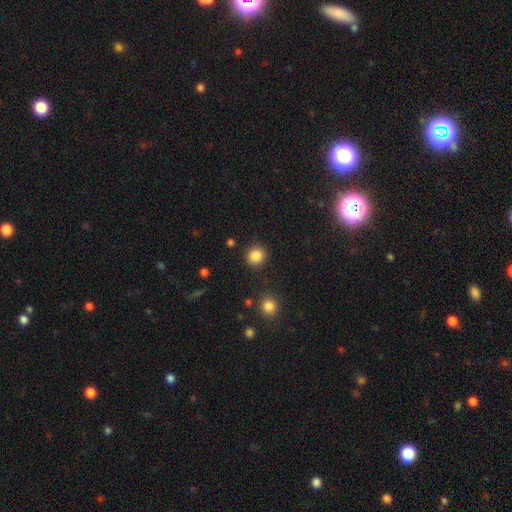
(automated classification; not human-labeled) Smooth or featured? Predicted: smooth (p=0.86). How rounded? Predicted: round (p=0.87). Merging? Predicted: none (p=0.87).